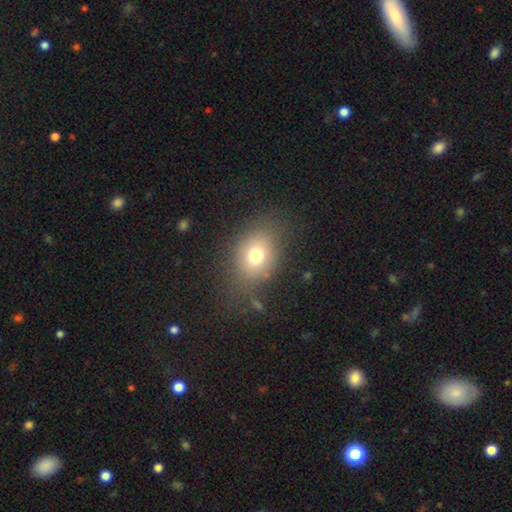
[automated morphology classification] Q: Smooth or featured?
A: smooth (71%); runner-up: star or artifact (15%)
Q: How rounded?
A: in between (53%); runner-up: round (45%)
Q: Merging?
A: none (74%); runner-up: minor disturbance (14%)